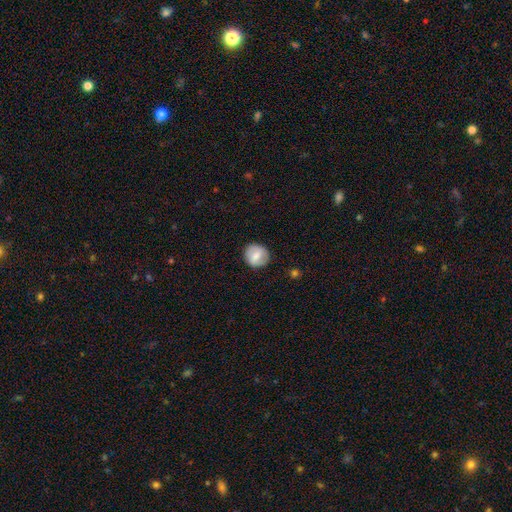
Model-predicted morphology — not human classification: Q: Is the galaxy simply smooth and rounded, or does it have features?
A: smooth — 69%.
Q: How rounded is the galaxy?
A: round — 82%.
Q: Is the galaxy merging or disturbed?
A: none — 85%.